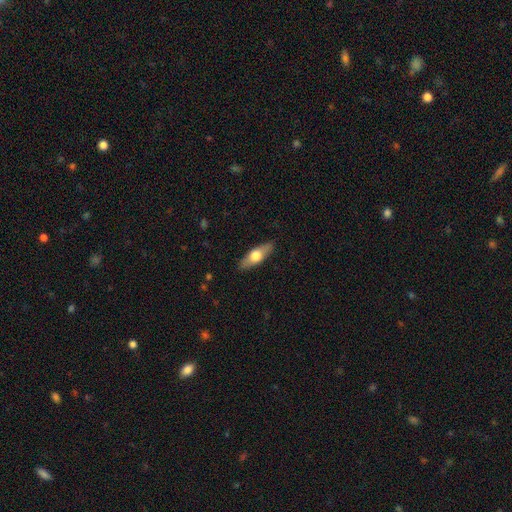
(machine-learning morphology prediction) This appears to be a smooth galaxy with no disk features (53%) that is in between round and cigar-shaped (57%). Merging: none (88%).